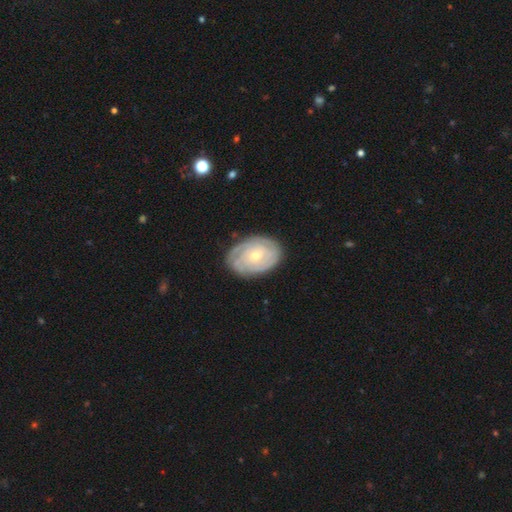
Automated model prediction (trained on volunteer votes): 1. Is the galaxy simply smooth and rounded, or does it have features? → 78% featured or disk, 17% smooth, 5% star or artifact.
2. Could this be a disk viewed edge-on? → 96% no, 4% yes.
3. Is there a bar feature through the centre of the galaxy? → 72% no, 23% weak, 4% strong.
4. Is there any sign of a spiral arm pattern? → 92% yes, 8% no.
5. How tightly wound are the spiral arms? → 80% tight, 16% medium, 4% loose.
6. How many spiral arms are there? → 44% can't tell, 17% 2, 16% 3, 12% 4, 6% more than 4, 5% 1.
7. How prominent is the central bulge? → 53% small, 44% moderate, 1% large, 1% none, 1% dominant.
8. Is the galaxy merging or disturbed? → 81% none, 15% minor disturbance, 4% major disturbance, 1% merger.